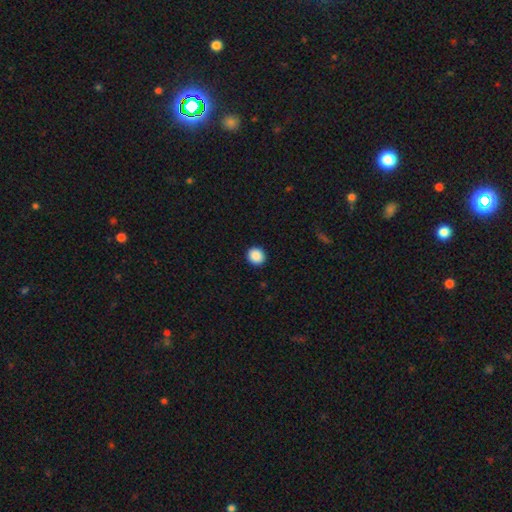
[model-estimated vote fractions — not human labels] Smooth or featured?
  - smooth: 89% *
  - star or artifact: 9%
  - featured or disk: 2%
How rounded?
  - round: 89% *
  - in between: 10%
  - cigar-shaped: 1%
Merging?
  - none: 92% *
  - minor disturbance: 5%
  - major disturbance: 2%
  - merger: 1%